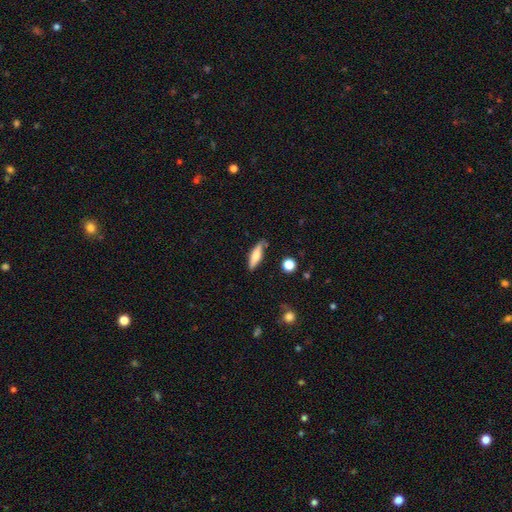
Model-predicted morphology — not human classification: Smooth or featured?
  - smooth: 70% *
  - featured or disk: 23%
  - star or artifact: 7%
How rounded?
  - cigar-shaped: 63% *
  - in between: 35%
  - round: 2%
Merging?
  - none: 77% *
  - minor disturbance: 17%
  - major disturbance: 3%
  - merger: 3%